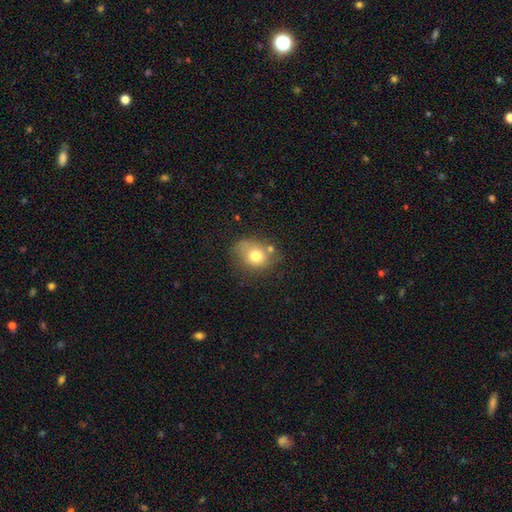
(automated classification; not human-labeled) A smooth galaxy with no disk features (72%) that is round (51%).

Vote fractions:
- Smooth or featured? smooth: 72% / featured or disk: 17% / star or artifact: 11%
- How rounded? round: 51% / in between: 48% / cigar-shaped: 1%
- Merging? none: 52% / minor disturbance: 26% / merger: 12% / major disturbance: 10%